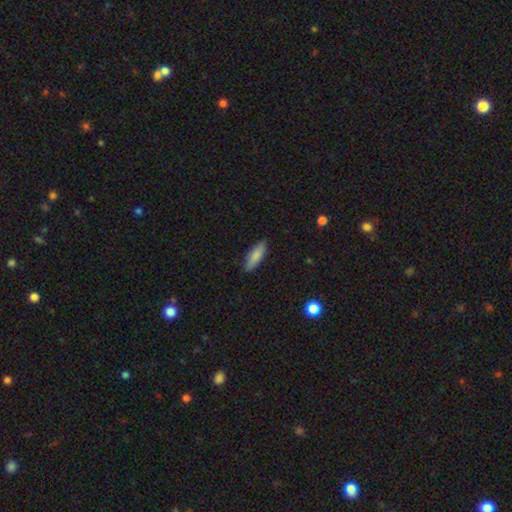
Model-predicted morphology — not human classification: Smooth or featured? smooth (84%)
How rounded? cigar-shaped (51%)
Merging? none (87%)